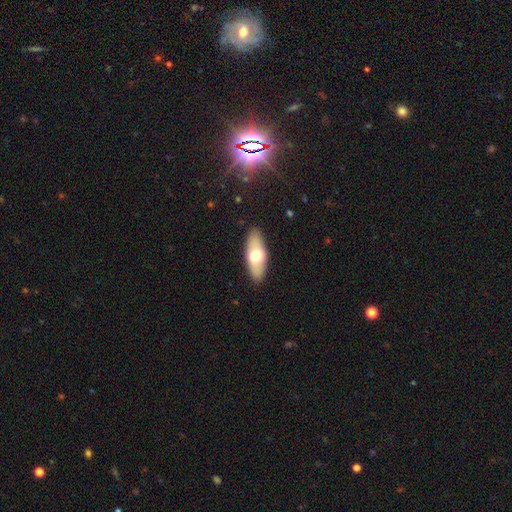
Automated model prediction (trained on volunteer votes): This is likely a smooth galaxy (61%). How rounded: likely in between (78%). Merging: clearly none (88%).